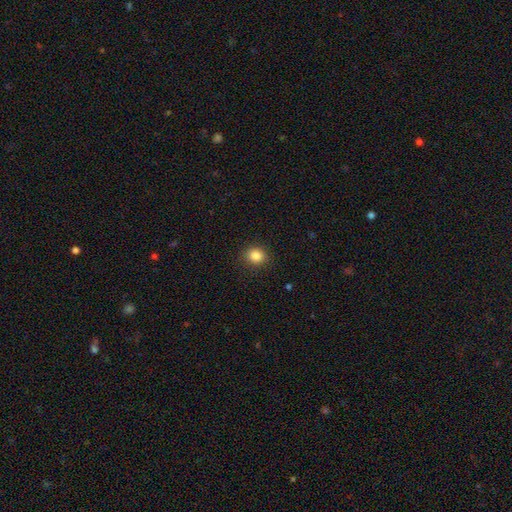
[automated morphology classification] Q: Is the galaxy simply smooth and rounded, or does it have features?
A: smooth — 86%.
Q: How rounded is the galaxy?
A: round — 75%.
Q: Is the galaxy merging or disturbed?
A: none — 89%.